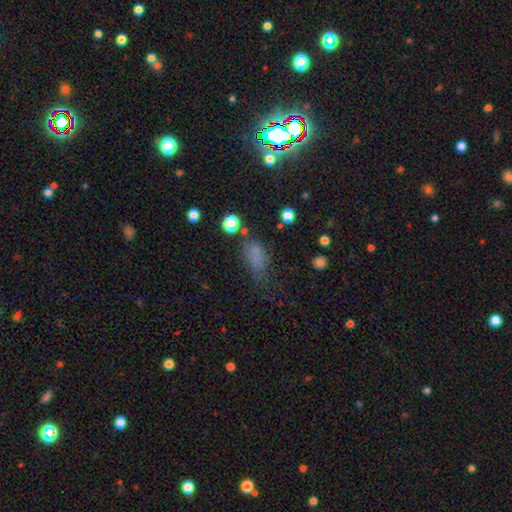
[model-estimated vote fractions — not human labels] Smooth or featured?
  - smooth: 68% *
  - star or artifact: 20%
  - featured or disk: 12%
How rounded?
  - in between: 80% *
  - round: 13%
  - cigar-shaped: 7%
Merging?
  - none: 38% *
  - major disturbance: 28%
  - minor disturbance: 27%
  - merger: 7%